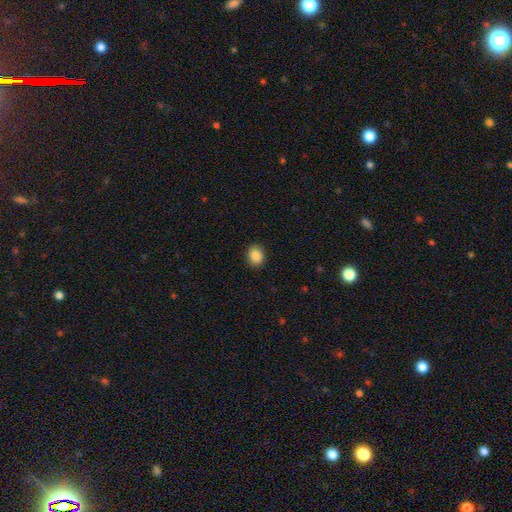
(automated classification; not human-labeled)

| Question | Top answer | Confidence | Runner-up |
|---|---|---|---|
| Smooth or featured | smooth | 87% | star or artifact (9%) |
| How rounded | round | 59% | in between (40%) |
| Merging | none | 91% | minor disturbance (6%) |